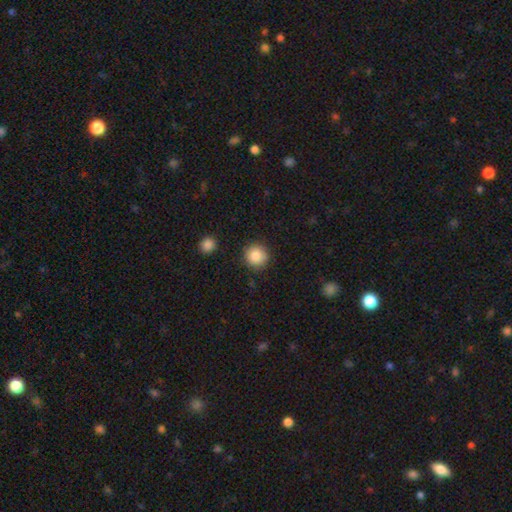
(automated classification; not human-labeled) This is clearly a smooth galaxy (87%). How rounded: clearly round (94%). Merging: clearly none (89%).